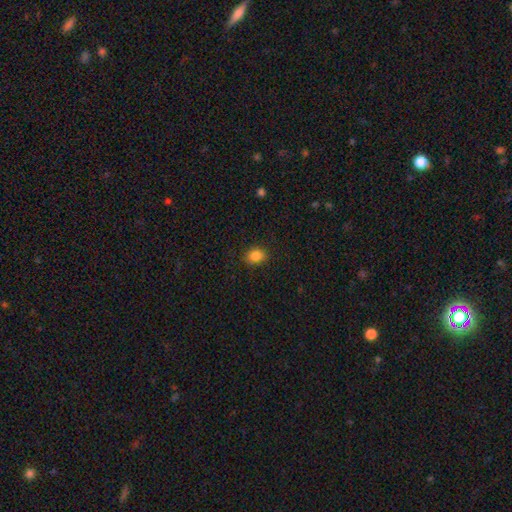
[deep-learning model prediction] This appears to be a smooth galaxy with no disk features (85%) that is in between round and cigar-shaped (50%). Merging: none (87%).